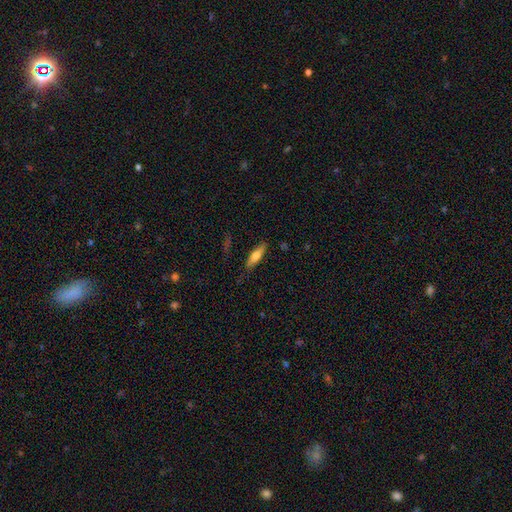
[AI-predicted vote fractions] The model was most divided on "smooth or featured": smooth: 62%, featured or disk: 31%, star or artifact: 6%. More confident: merging — none (81%); how rounded — cigar-shaped (65%).